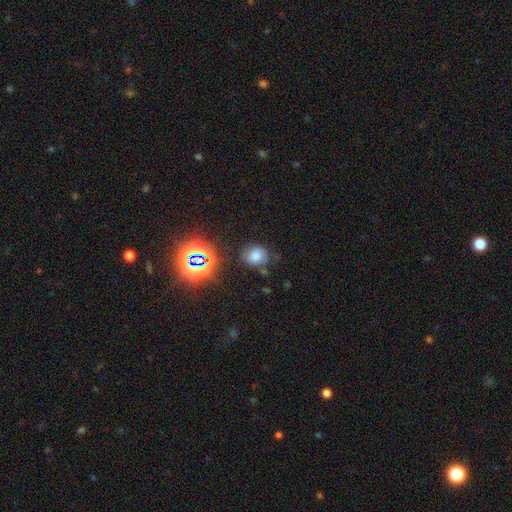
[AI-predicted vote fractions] Smooth or featured? Predicted: smooth (p=0.66). How rounded? Predicted: round (p=0.71). Merging? Predicted: none (p=0.72).